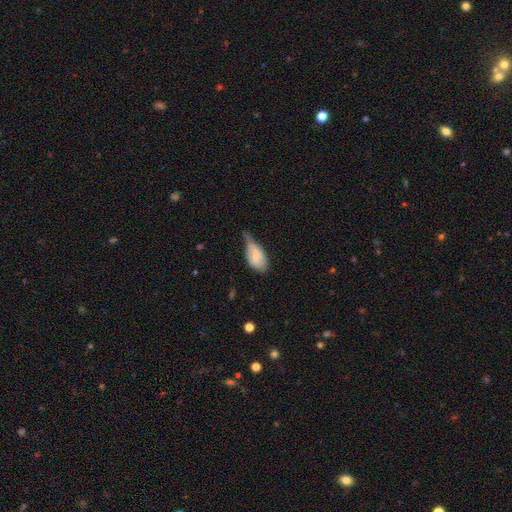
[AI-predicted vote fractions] Smooth or featured? smooth (70%)
How rounded? in between (92%)
Merging? minor disturbance (48%)